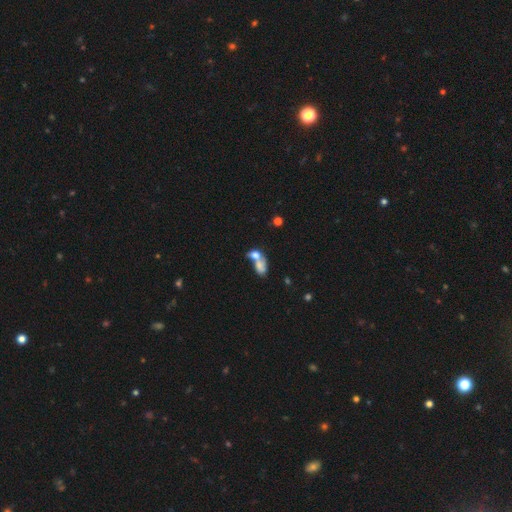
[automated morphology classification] smooth_or_featured: smooth (p=0.66) [alt: featured or disk p=0.23]
how_rounded: in between (p=0.73) [alt: round p=0.23]
merging: merger (p=0.71) [alt: none p=0.16]